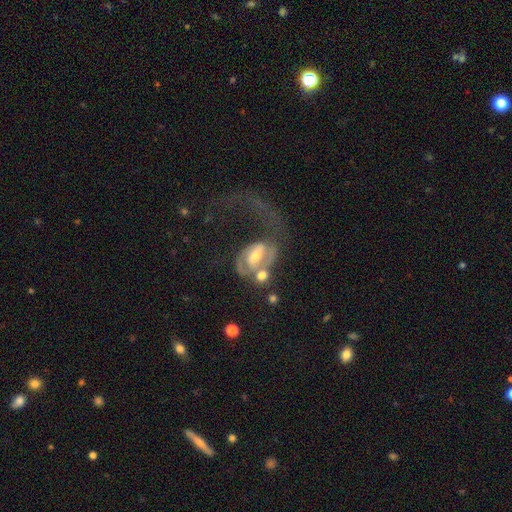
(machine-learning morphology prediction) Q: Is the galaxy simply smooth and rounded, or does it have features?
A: featured or disk — 73%.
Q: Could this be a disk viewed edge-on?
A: no — 95%.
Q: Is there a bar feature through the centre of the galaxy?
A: weak — 41%.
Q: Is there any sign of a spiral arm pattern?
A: yes — 76%.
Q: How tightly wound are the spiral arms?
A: loose — 44%.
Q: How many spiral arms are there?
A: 2 — 50%.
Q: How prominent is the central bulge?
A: moderate — 58%.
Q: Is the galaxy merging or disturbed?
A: major disturbance — 46%.